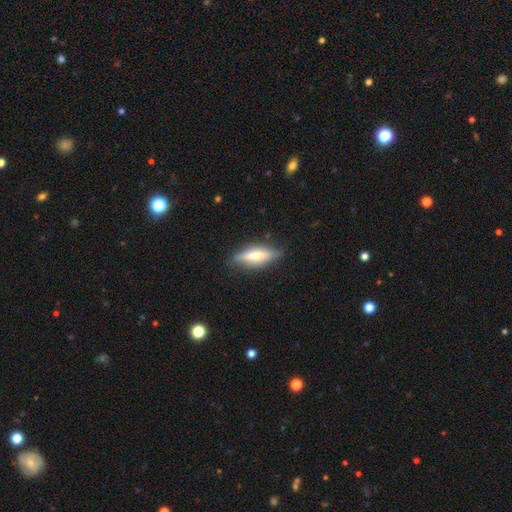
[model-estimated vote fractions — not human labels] Smooth or featured? Predicted: featured or disk (p=0.52). Edge-on disk? Predicted: yes (p=0.89). Merging? Predicted: none (p=0.79).